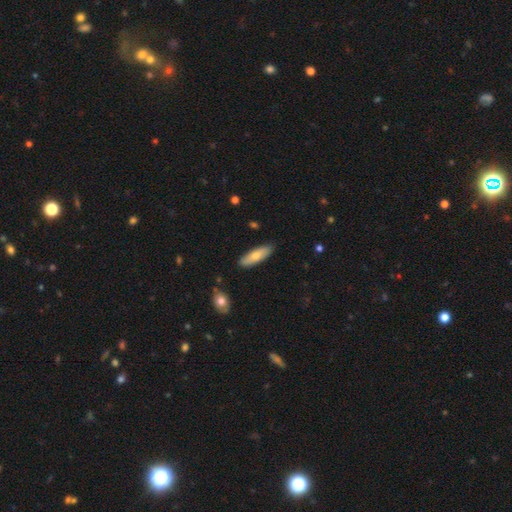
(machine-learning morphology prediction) A smooth galaxy with no disk features (75%) that is in between round and cigar-shaped (51%). Merging: none (86%).